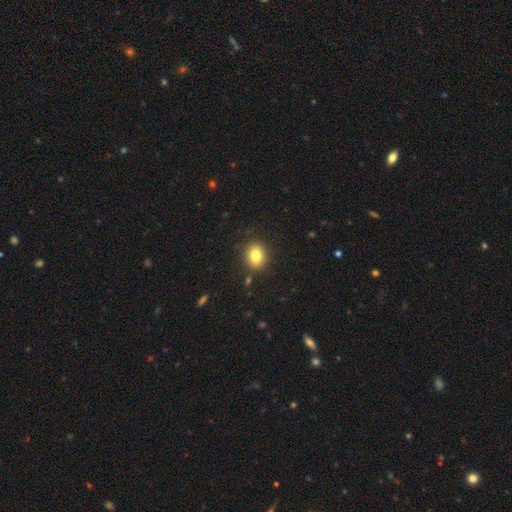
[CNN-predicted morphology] A smooth galaxy with no disk features (81%) that is round (60%).

Vote fractions:
- Smooth or featured? smooth: 81% / star or artifact: 11% / featured or disk: 8%
- How rounded? round: 60% / in between: 39% / cigar-shaped: 1%
- Merging? none: 87% / minor disturbance: 9% / major disturbance: 2% / merger: 2%